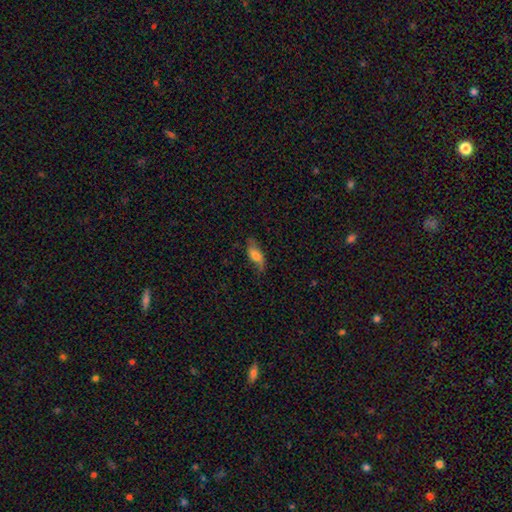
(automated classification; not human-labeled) Overall: smooth (58%; featured or disk 35%). How rounded: in between (79%). Merging: none (63%; minor disturbance 25%).